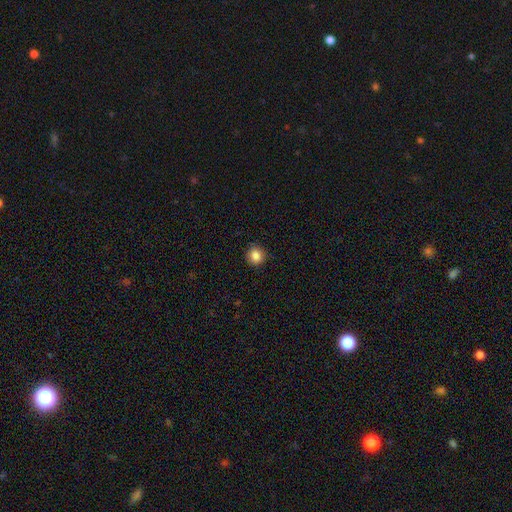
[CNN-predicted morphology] Smooth or featured? Predicted: smooth (p=0.85). How rounded? Predicted: round (p=0.92). Merging? Predicted: none (p=0.89).